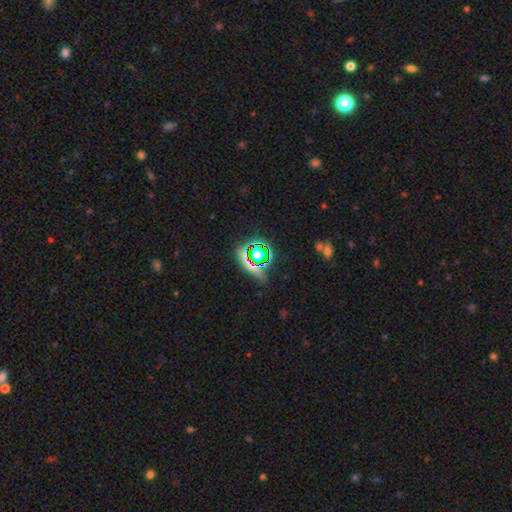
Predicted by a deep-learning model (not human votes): A star or artifact, not a galaxy (55%).

Vote fractions:
- Smooth or featured? star or artifact: 55% / smooth: 32% / featured or disk: 13%